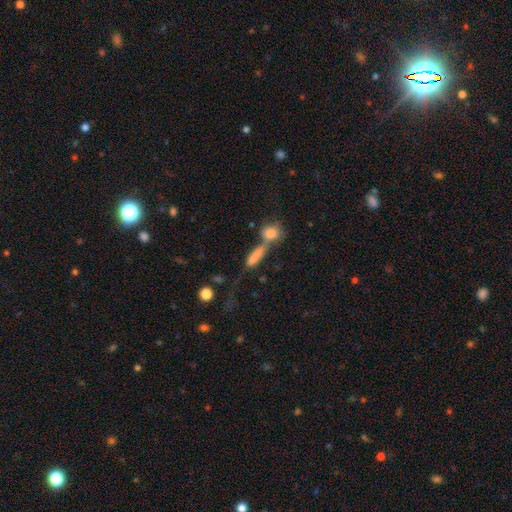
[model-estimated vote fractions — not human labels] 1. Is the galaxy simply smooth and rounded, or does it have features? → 73% smooth, 17% featured or disk, 10% star or artifact.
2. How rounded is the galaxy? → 45% cigar-shaped, 42% in between, 12% round.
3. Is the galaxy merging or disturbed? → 46% merger, 32% none, 11% minor disturbance, 11% major disturbance.